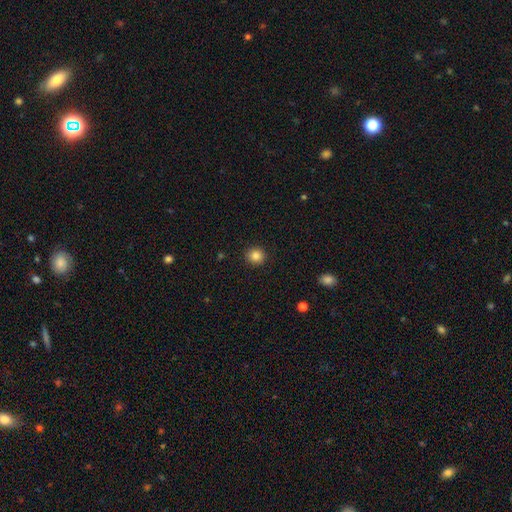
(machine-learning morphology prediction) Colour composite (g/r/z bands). It shows a smooth galaxy with no disk features (85%) that is round (91%). Merging: none (92%).